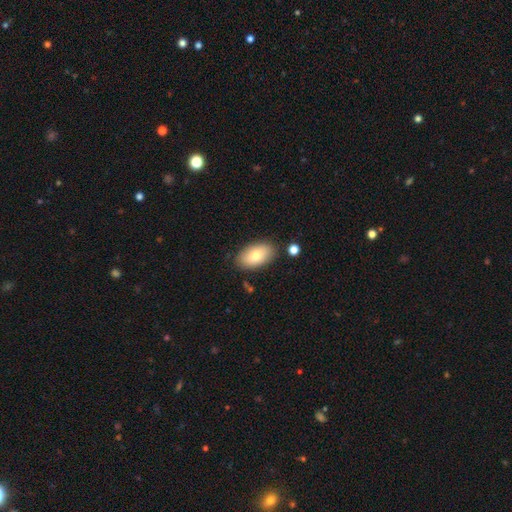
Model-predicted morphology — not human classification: type=smooth (77%); roundness=in between (94%); merging=none (84%).